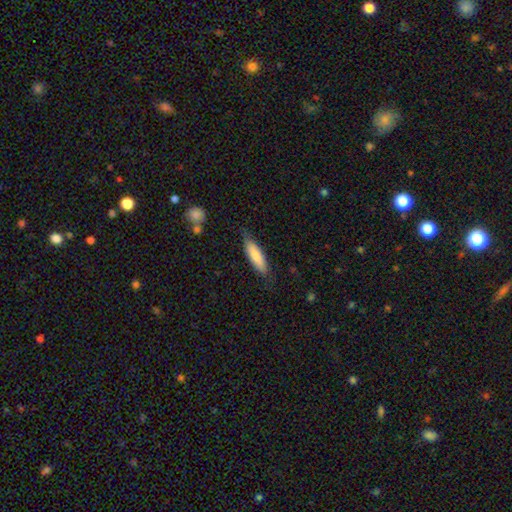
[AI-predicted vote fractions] This is likely a smooth galaxy (80%). How rounded: likely cigar-shaped (60%). Merging: likely none (77%).